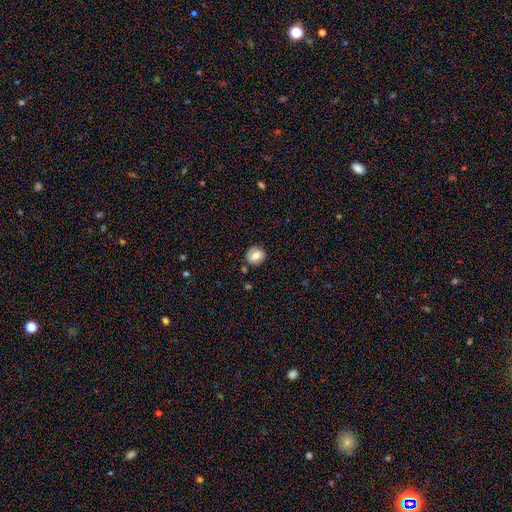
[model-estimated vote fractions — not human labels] Smooth or featured?
  - smooth: 71% *
  - featured or disk: 20%
  - star or artifact: 9%
How rounded?
  - round: 83% *
  - in between: 16%
  - cigar-shaped: 1%
Merging?
  - none: 83% *
  - minor disturbance: 11%
  - major disturbance: 3%
  - merger: 3%